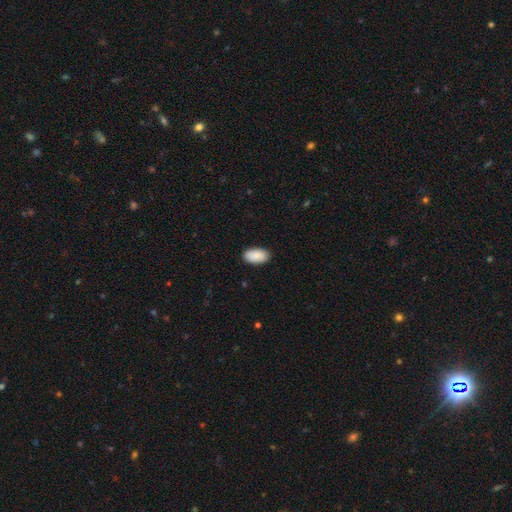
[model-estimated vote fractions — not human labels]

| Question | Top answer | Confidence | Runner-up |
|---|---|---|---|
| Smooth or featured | smooth | 90% | star or artifact (6%) |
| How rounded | in between | 96% | round (3%) |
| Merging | none | 89% | minor disturbance (8%) |